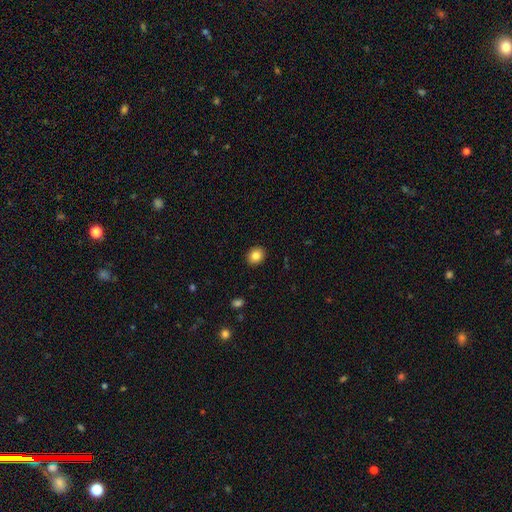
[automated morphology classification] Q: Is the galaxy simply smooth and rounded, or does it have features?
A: smooth — 84%.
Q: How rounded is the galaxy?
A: round — 61%.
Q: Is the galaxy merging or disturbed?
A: none — 91%.